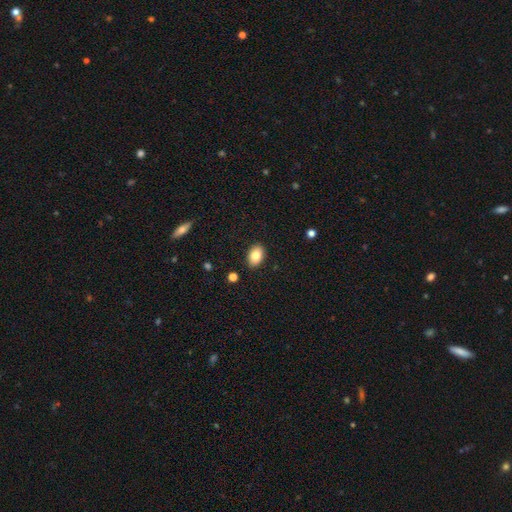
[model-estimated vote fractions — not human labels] This is clearly a smooth galaxy (83%). How rounded: clearly in between (86%). Merging: clearly none (89%).